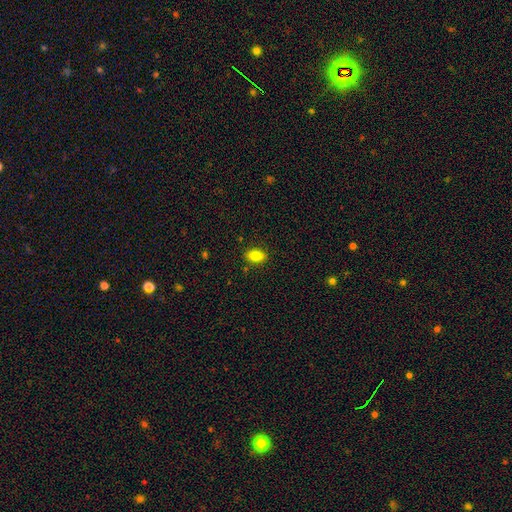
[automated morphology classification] smooth_or_featured: smooth (p=0.83) [alt: star or artifact p=0.09]
how_rounded: in between (p=0.86) [alt: round p=0.11]
merging: none (p=0.87) [alt: minor disturbance p=0.09]